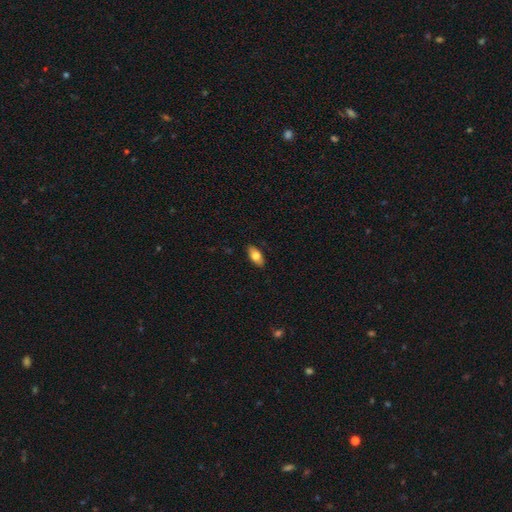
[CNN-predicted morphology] Overall: smooth (77%). How rounded: in between (89%). Merging: none (88%).